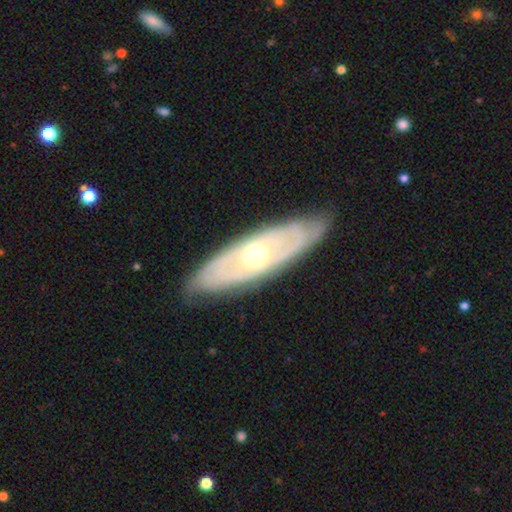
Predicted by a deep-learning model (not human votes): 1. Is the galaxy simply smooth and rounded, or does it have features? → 76% featured or disk, 19% smooth, 5% star or artifact.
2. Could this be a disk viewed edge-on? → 72% no, 28% yes.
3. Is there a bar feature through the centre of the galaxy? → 71% no, 21% weak, 8% strong.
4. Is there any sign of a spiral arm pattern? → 58% yes, 42% no.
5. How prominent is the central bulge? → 75% moderate, 13% small, 10% large, 1% dominant, 1% none.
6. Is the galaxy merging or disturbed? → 83% none, 13% minor disturbance, 3% major disturbance, 1% merger.